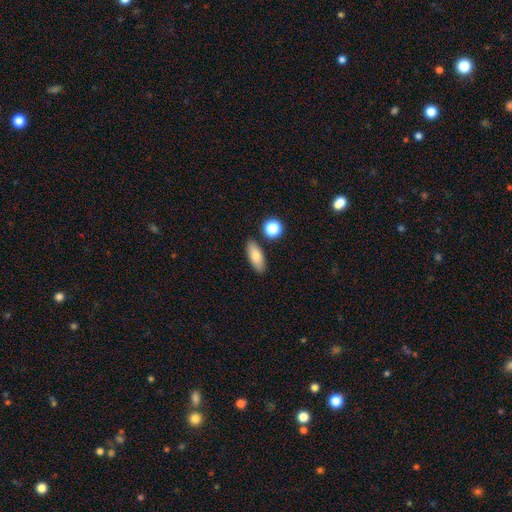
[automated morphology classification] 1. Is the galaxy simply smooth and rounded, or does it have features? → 78% smooth, 14% featured or disk, 8% star or artifact.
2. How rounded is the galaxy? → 76% in between, 19% cigar-shaped, 4% round.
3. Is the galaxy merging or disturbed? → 85% none, 9% minor disturbance, 4% merger, 2% major disturbance.